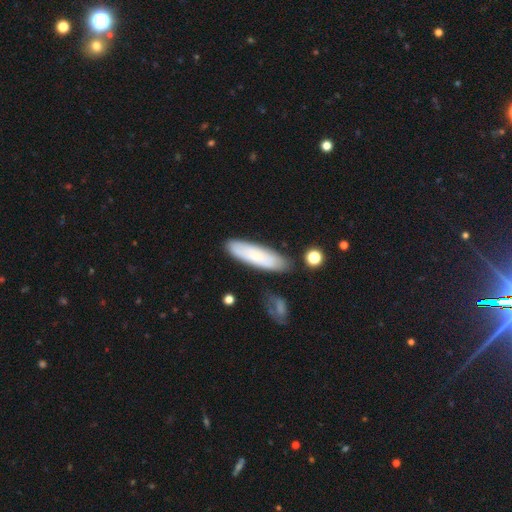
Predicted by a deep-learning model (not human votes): A smooth galaxy with no disk features (69%) that is cigar-shaped (64%). Merging: none (80%).